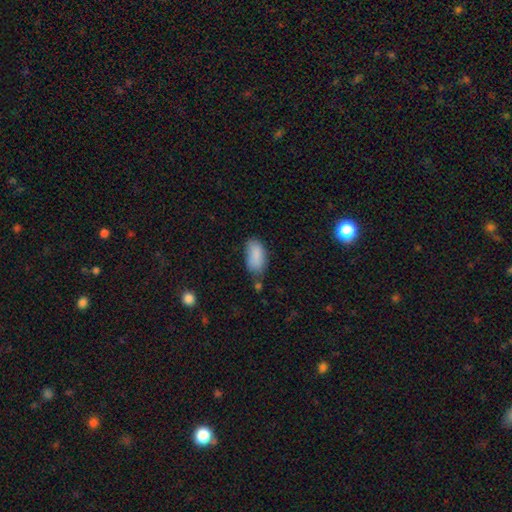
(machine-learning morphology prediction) The model was most divided on "merging": none: 56%, minor disturbance: 30%, major disturbance: 8%, merger: 6%. More confident: how rounded — in between (94%); smooth or featured — smooth (86%).